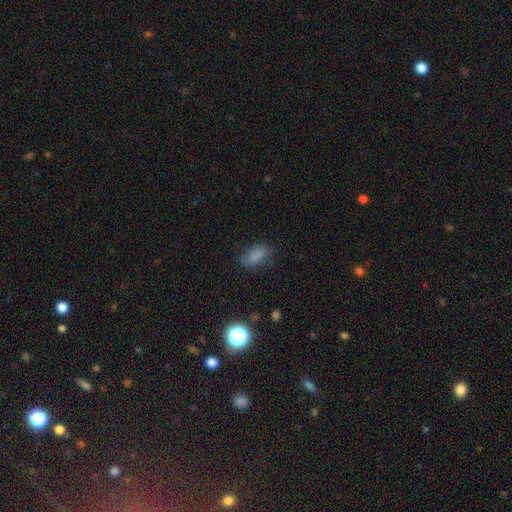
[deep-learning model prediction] Smooth or featured? Predicted: smooth (p=0.81). How rounded? Predicted: in between (p=0.88). Merging? Predicted: none (p=0.71).